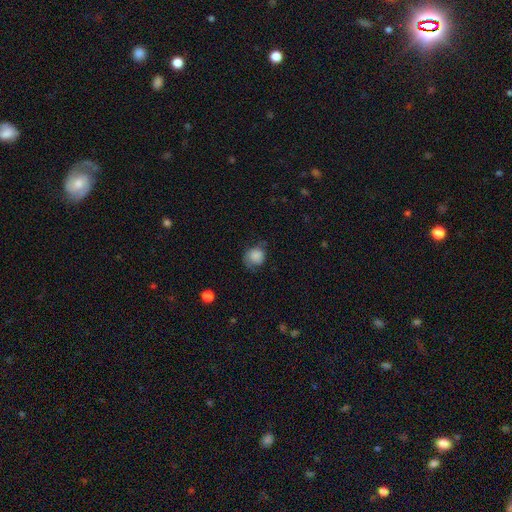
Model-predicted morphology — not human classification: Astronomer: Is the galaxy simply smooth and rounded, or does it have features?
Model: smooth — 82%.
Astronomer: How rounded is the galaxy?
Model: round — 77%.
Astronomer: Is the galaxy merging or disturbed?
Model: none — 50% (runner-up: minor disturbance, 33%).